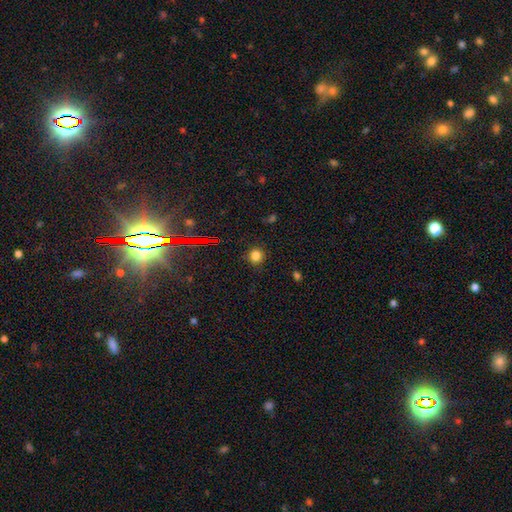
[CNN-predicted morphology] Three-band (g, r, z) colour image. It shows a smooth galaxy with no disk features (79%) that is round (89%). Merging: none (87%).